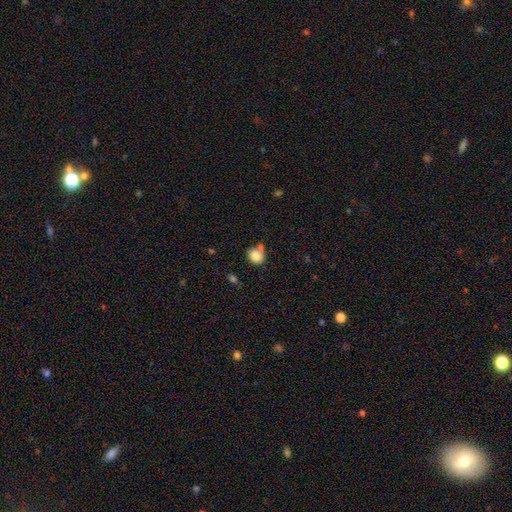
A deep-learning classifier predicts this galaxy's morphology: A smooth galaxy with no disk features (82%) that is round (82%).

Vote fractions:
- Smooth or featured? smooth: 82% / star or artifact: 10% / featured or disk: 9%
- How rounded? round: 82% / in between: 17% / cigar-shaped: 1%
- Merging? none: 60% / minor disturbance: 19% / merger: 15% / major disturbance: 5%